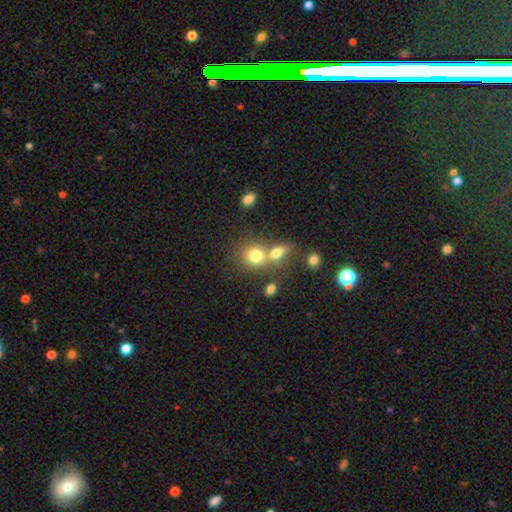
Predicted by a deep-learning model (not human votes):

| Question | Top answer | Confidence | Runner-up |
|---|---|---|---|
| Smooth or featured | smooth | 77% | star or artifact (12%) |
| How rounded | round | 72% | in between (27%) |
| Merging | merger | 46% | none (42%) |